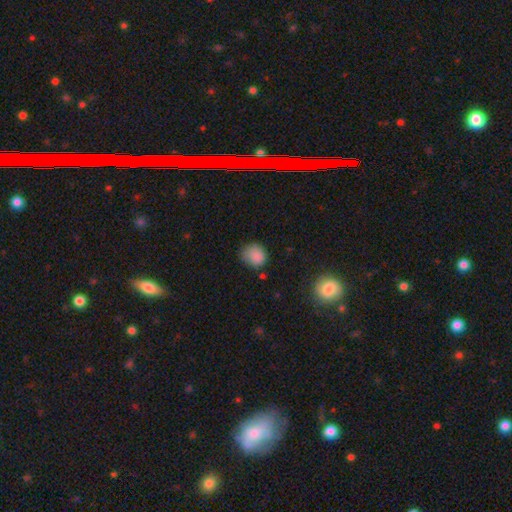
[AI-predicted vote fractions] Q: Smooth or featured?
A: smooth (84%); runner-up: star or artifact (10%)
Q: How rounded?
A: round (75%); runner-up: in between (24%)
Q: Merging?
A: none (62%); runner-up: minor disturbance (28%)